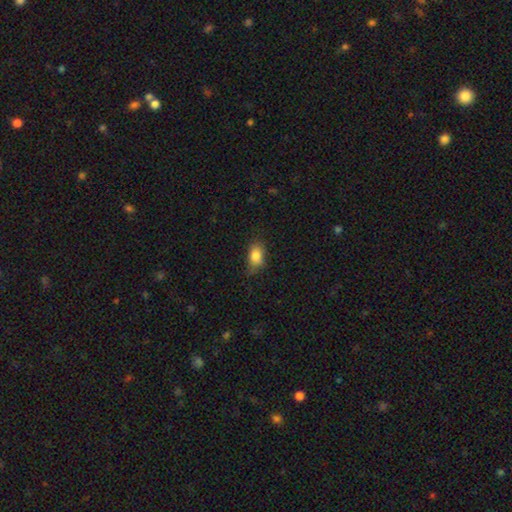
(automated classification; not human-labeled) smooth-or-featured: smooth: 83% | featured or disk: 9% | star or artifact: 9%
  how-rounded: in between: 83% | round: 15% | cigar-shaped: 2%
  merging: none: 69% | minor disturbance: 24% | major disturbance: 5% | merger: 1%